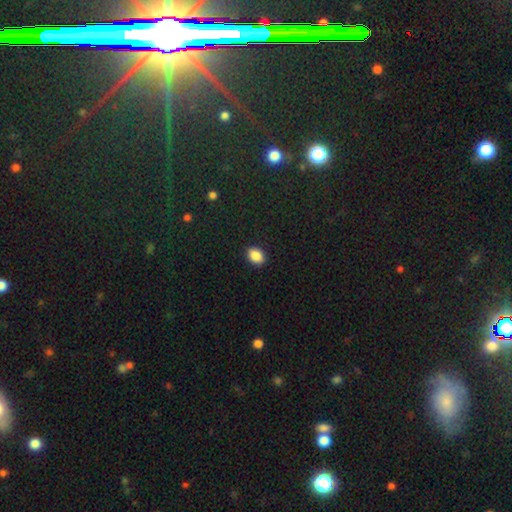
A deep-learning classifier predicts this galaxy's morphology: A smooth galaxy with no disk features (88%) that is in between round and cigar-shaped (78%). Merging: none (90%).